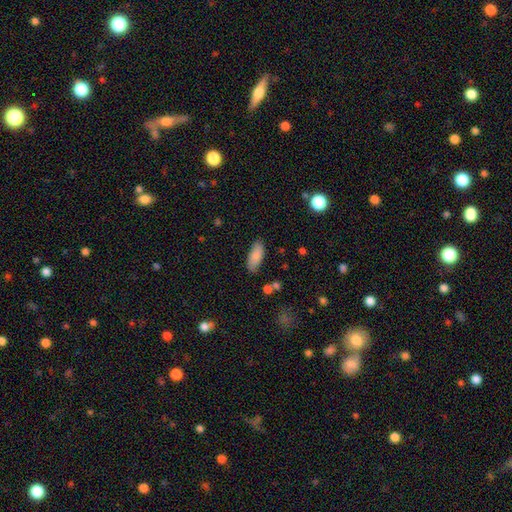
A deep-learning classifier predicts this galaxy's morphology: smooth_or_featured: smooth (p=0.86) [alt: featured or disk p=0.08]
how_rounded: in between (p=0.84) [alt: cigar-shaped p=0.14]
merging: none (p=0.82) [alt: minor disturbance p=0.13]